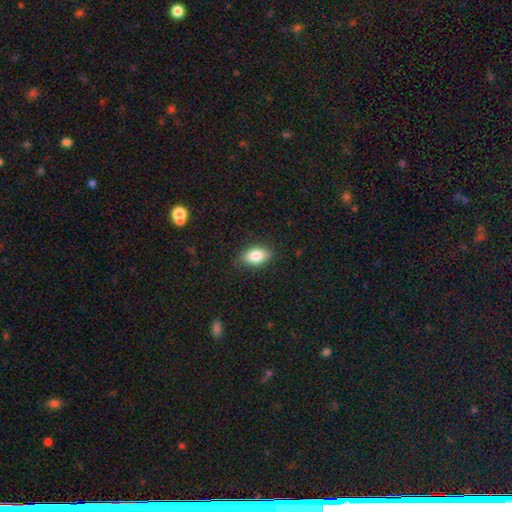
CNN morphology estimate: Smooth or featured?
  - smooth: 81% *
  - featured or disk: 11%
  - star or artifact: 8%
How rounded?
  - in between: 87% *
  - round: 9%
  - cigar-shaped: 4%
Merging?
  - none: 82% *
  - minor disturbance: 14%
  - major disturbance: 3%
  - merger: 1%